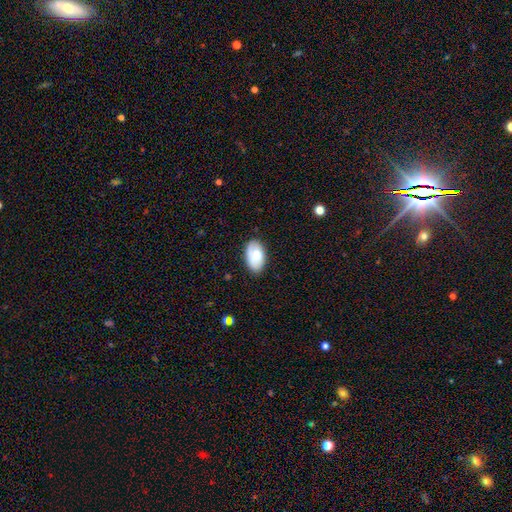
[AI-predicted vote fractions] Smooth or featured? Predicted: smooth (p=0.73). How rounded? Predicted: in between (p=0.94). Merging? Predicted: none (p=0.80).